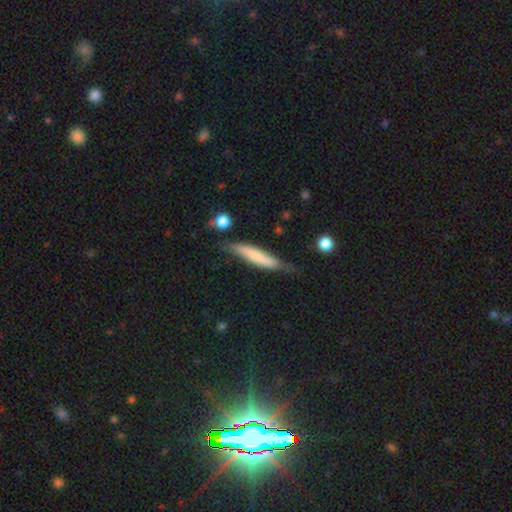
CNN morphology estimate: smooth 62%, featured or disk 32%, star or artifact 6%. Down the decision tree: how rounded — cigar-shaped (89%); merging — none (60%).